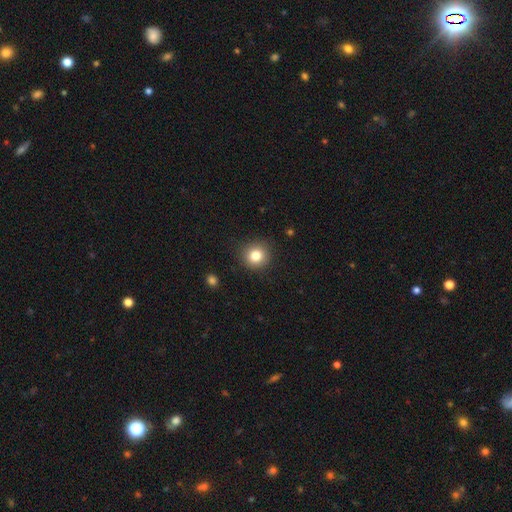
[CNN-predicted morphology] This appears to be a smooth galaxy with no disk features (81%) that is round (91%). Merging: none (89%).